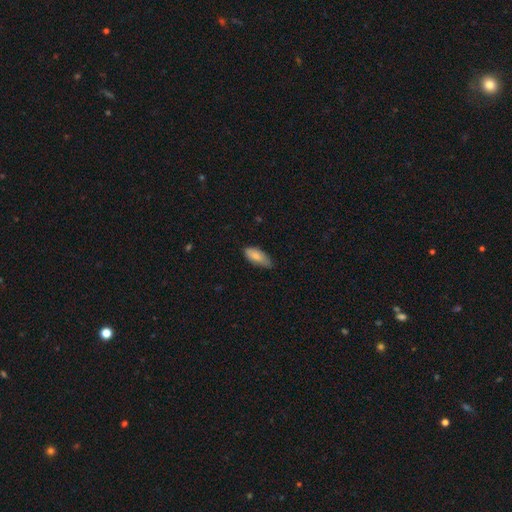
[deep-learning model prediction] Smooth or featured: smooth — 83% (featured or disk — 10%)
How rounded: in between — 85% (cigar-shaped — 13%)
Merging: none — 61% (minor disturbance — 33%)